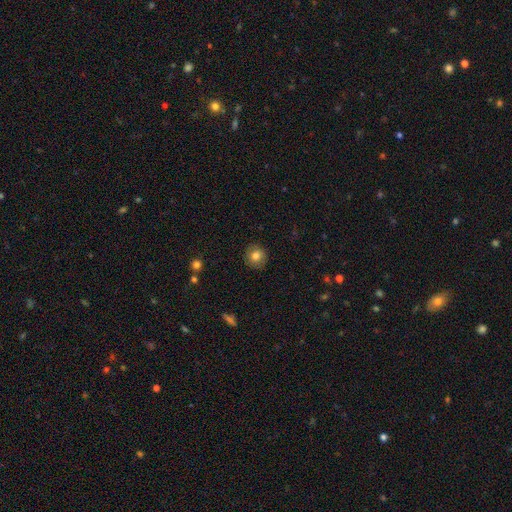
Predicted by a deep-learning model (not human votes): Smooth or featured? Predicted: smooth (p=0.80). How rounded? Predicted: round (p=0.92). Merging? Predicted: none (p=0.91).